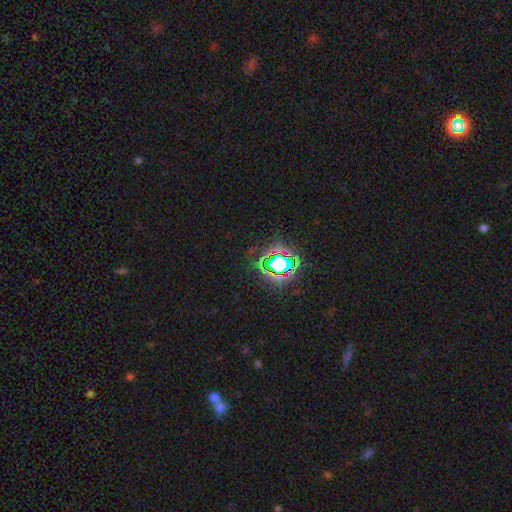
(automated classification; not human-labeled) star or artifact 79%, smooth 13%, featured or disk 8%.